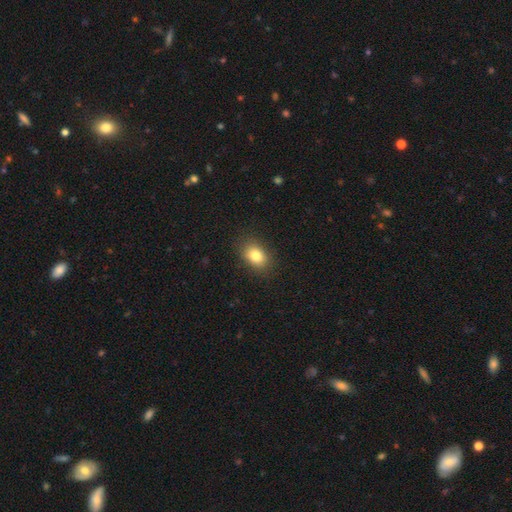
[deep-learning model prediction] smooth_or_featured: smooth (p=0.82) [alt: star or artifact p=0.10]
how_rounded: in between (p=0.72) [alt: round p=0.26]
merging: none (p=0.85) [alt: minor disturbance p=0.11]